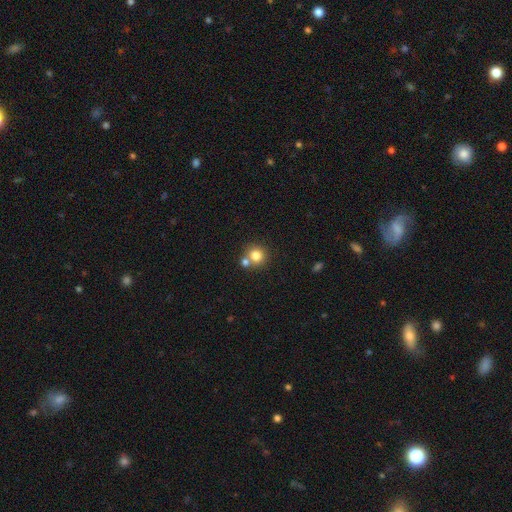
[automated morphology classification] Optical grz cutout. It shows a smooth galaxy with no disk features (80%) that is round (90%). Merging: none (60%).